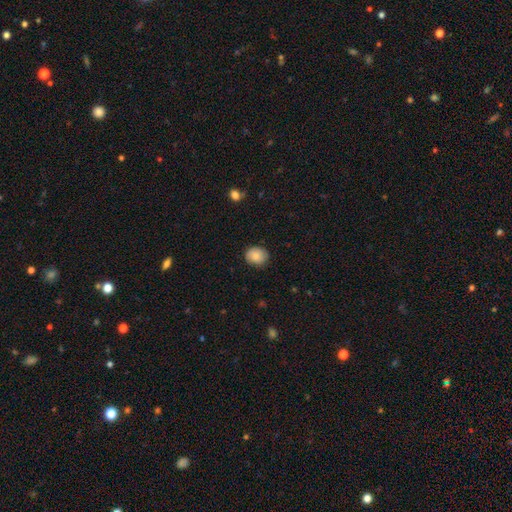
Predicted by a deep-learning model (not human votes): This is clearly a smooth galaxy (86%). How rounded: possibly round (59%). Merging: clearly none (85%).